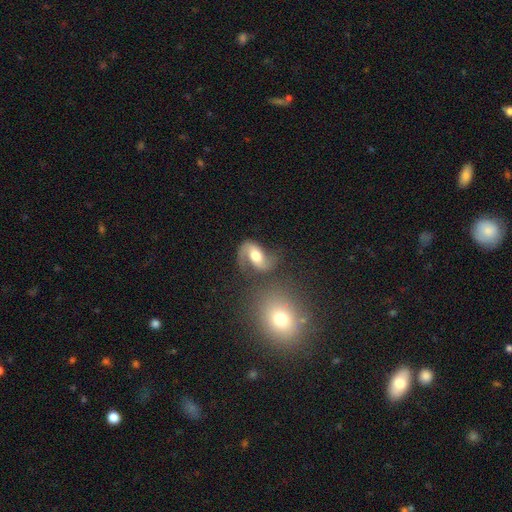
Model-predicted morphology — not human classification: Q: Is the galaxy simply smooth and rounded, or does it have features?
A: featured or disk — 77%.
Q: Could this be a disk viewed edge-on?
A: no — 97%.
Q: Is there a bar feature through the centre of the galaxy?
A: weak — 41%.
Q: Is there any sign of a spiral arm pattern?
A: yes — 93%.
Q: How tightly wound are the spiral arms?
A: loose — 52%.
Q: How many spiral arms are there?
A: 2 — 88%.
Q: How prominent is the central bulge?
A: moderate — 60%.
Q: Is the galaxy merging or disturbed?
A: none — 53%.